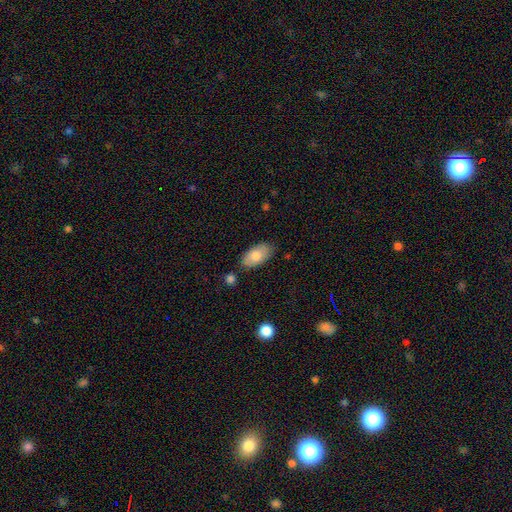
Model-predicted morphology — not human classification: smooth 79%, featured or disk 15%, star or artifact 6%. Down the decision tree: how rounded — in between (94%); merging — none (77%).